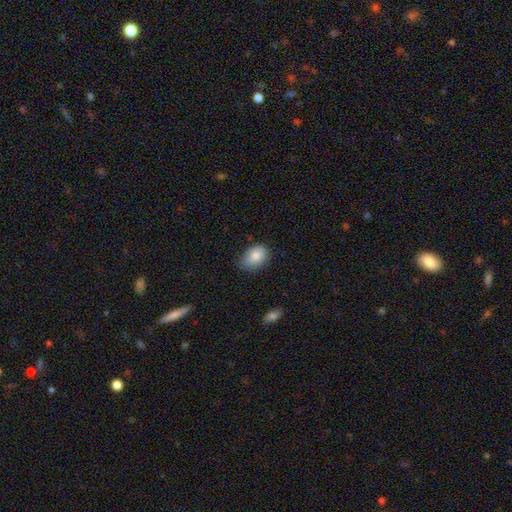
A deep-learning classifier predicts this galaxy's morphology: The model was most divided on "merging": none: 66%, minor disturbance: 28%, major disturbance: 4%, merger: 1%. More confident: smooth or featured — smooth (85%); how rounded — in between (83%).